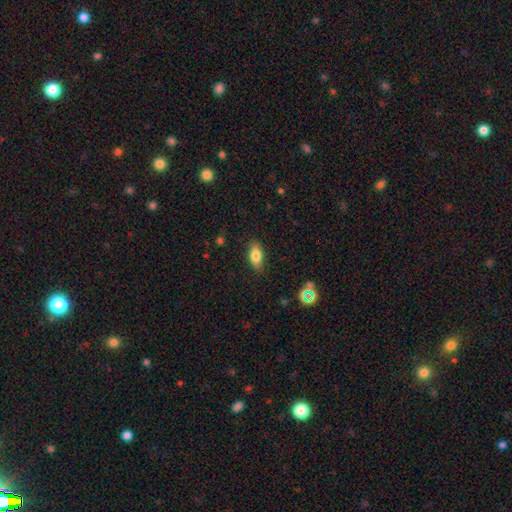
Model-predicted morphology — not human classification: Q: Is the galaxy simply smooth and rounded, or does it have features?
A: smooth — 77%.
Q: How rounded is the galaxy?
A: in between — 85%.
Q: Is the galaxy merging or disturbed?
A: none — 86%.